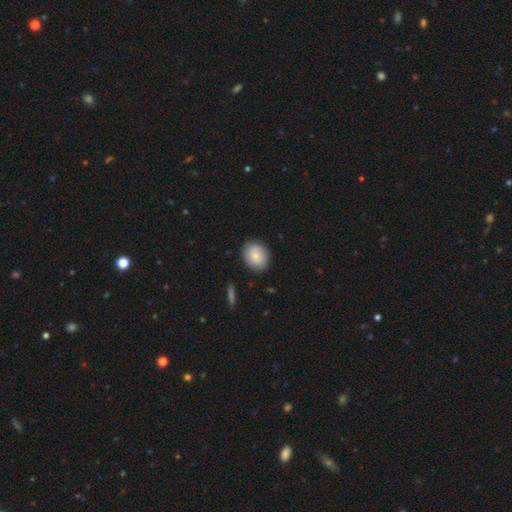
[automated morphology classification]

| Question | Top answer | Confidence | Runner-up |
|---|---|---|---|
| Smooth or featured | smooth | 79% | featured or disk (14%) |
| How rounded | round | 55% | in between (44%) |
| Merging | none | 85% | minor disturbance (11%) |